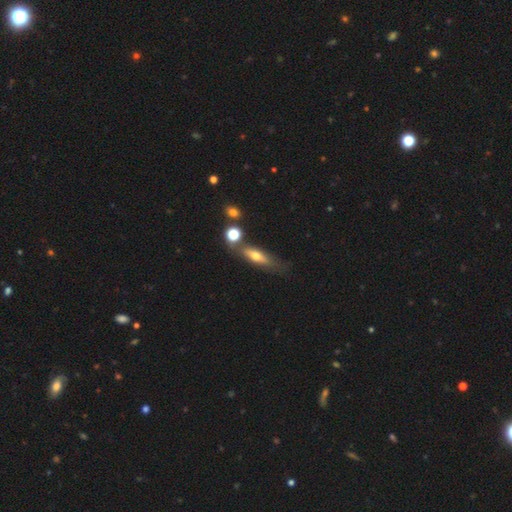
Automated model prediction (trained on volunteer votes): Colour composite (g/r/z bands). It shows a smooth galaxy with no disk features (56%) that is cigar-shaped (53%). Merging: none (60%).